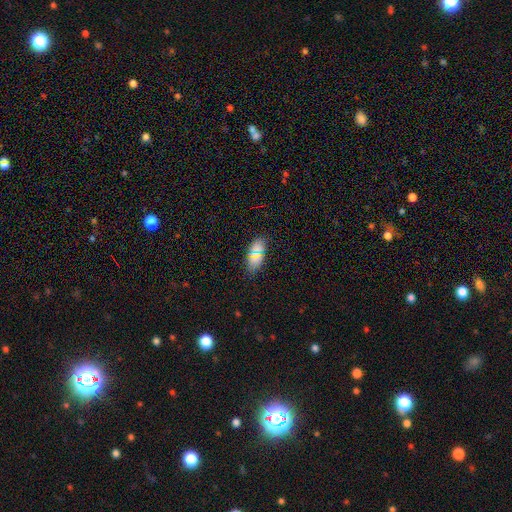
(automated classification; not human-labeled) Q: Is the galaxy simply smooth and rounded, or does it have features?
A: smooth — 74%.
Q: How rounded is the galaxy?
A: in between — 90%.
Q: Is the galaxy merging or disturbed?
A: none — 87%.